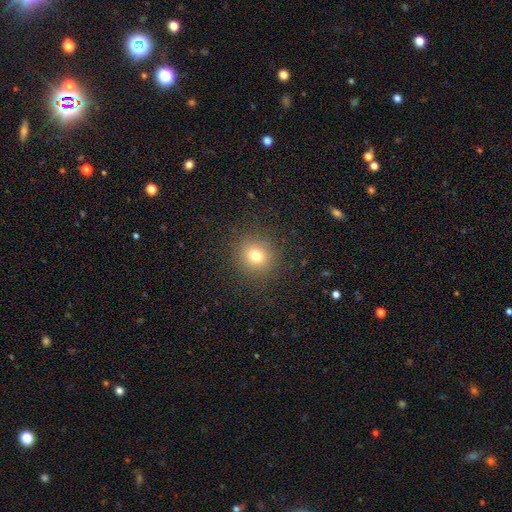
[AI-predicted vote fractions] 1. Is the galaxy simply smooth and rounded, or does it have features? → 74% smooth, 16% star or artifact, 9% featured or disk.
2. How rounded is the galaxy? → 86% round, 13% in between, 1% cigar-shaped.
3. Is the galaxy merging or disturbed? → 88% none, 8% minor disturbance, 4% major disturbance, 1% merger.